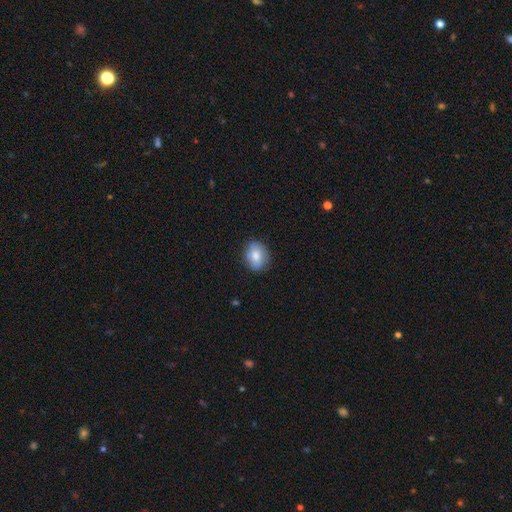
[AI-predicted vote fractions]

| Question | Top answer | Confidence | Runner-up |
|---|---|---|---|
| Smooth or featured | smooth | 80% | featured or disk (13%) |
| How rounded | in between | 59% | round (40%) |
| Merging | none | 85% | minor disturbance (12%) |